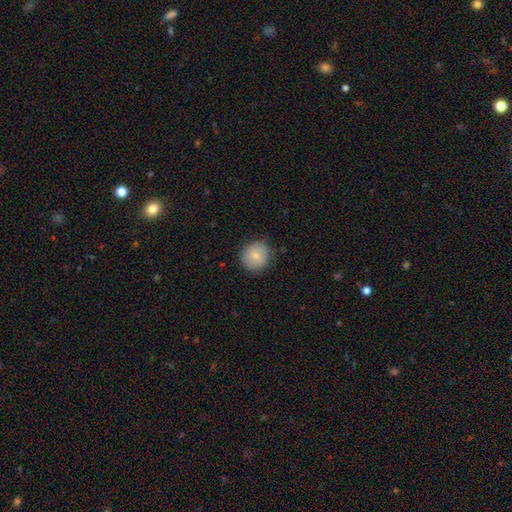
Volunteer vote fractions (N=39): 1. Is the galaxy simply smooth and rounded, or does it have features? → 87% smooth, 8% featured or disk, 5% star or artifact.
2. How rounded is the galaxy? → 100% round, 0% in between, 0% cigar-shaped.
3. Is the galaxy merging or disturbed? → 97% none, 3% major disturbance, 0% minor disturbance, 0% merger.